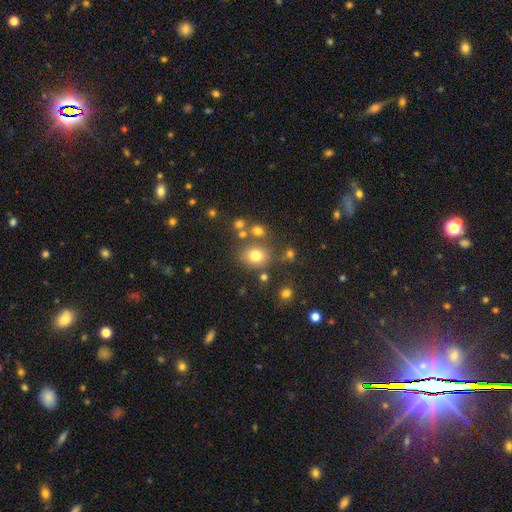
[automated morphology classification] Smooth or featured? Predicted: smooth (p=0.75). How rounded? Predicted: round (p=0.72). Merging? Predicted: none (p=0.73).